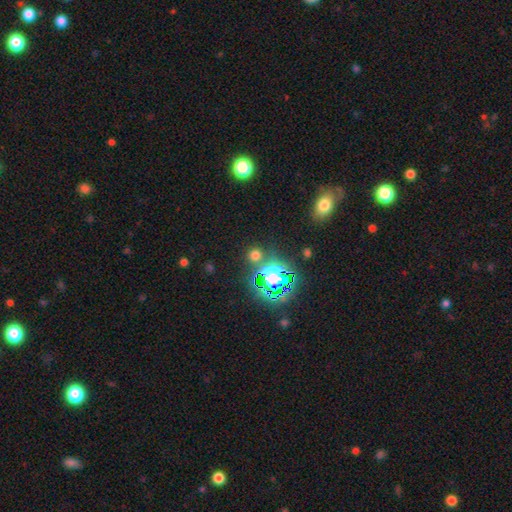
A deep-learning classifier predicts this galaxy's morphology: This is possibly a smooth galaxy (55%). How rounded: clearly round (88%). Merging: clearly none (80%).